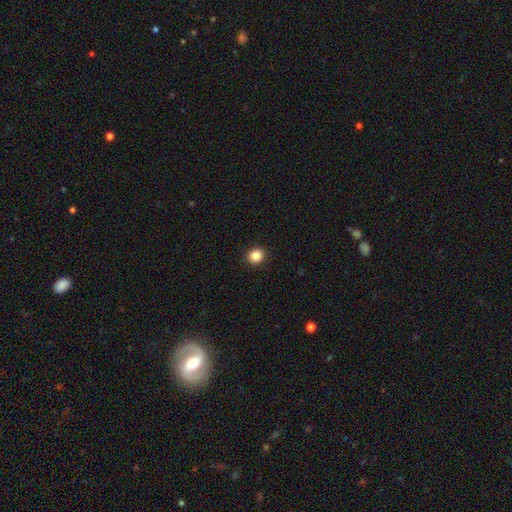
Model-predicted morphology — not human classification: smooth 86%, star or artifact 11%, featured or disk 3%. Down the decision tree: how rounded — round (85%); merging — none (92%).